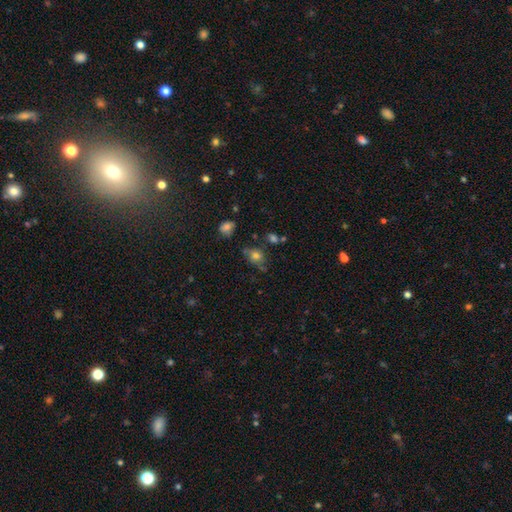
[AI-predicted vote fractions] Q: Smooth or featured?
A: smooth (69%); runner-up: featured or disk (16%)
Q: How rounded?
A: round (55%); runner-up: in between (43%)
Q: Merging?
A: none (59%); runner-up: minor disturbance (25%)